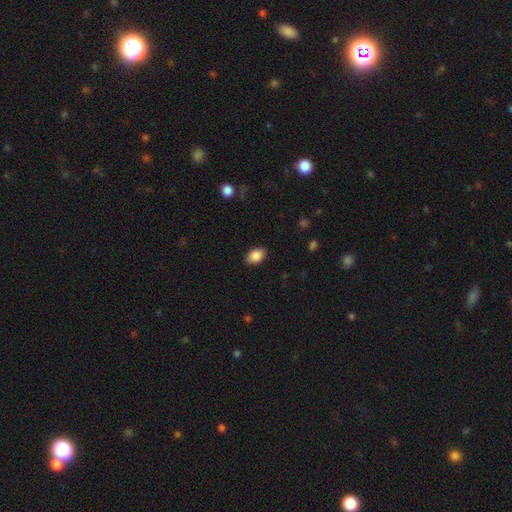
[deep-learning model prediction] Smooth or featured? Predicted: smooth (p=0.88). How rounded? Predicted: in between (p=0.83). Merging? Predicted: none (p=0.87).